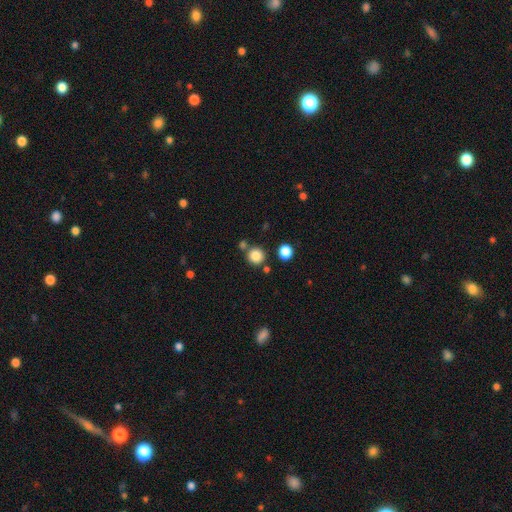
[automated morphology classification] A smooth galaxy with no disk features (84%) that is round (93%). Merging: none (77%).